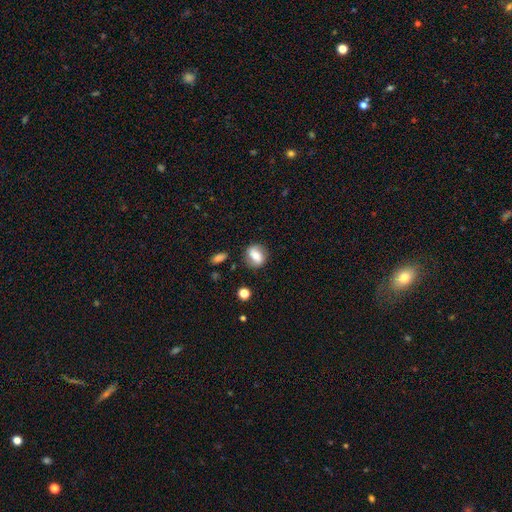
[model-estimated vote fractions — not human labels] Overall: smooth (58%; featured or disk 33%). How rounded: round (57%; in between 41%). Merging: none (79%).